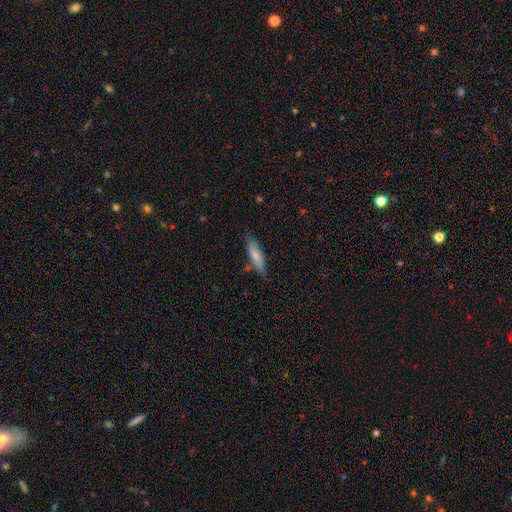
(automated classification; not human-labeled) smooth-or-featured: smooth: 74% | featured or disk: 20% | star or artifact: 6%
  how-rounded: cigar-shaped: 66% | in between: 32% | round: 2%
  merging: none: 76% | minor disturbance: 17% | merger: 4% | major disturbance: 3%